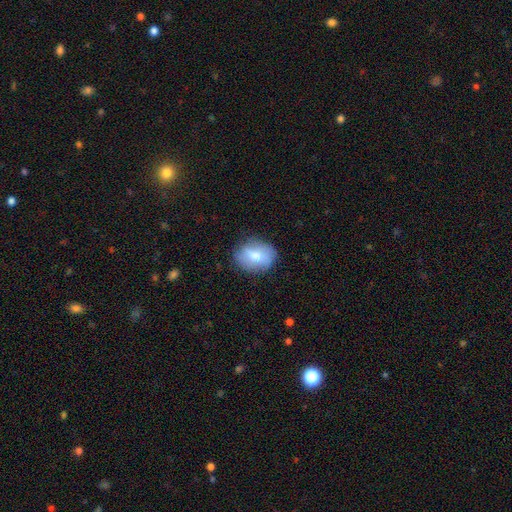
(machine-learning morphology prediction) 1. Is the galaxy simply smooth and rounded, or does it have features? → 73% smooth, 20% featured or disk, 7% star or artifact.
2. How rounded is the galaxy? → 57% in between, 41% round, 1% cigar-shaped.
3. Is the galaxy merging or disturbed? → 76% none, 18% minor disturbance, 5% major disturbance, 1% merger.